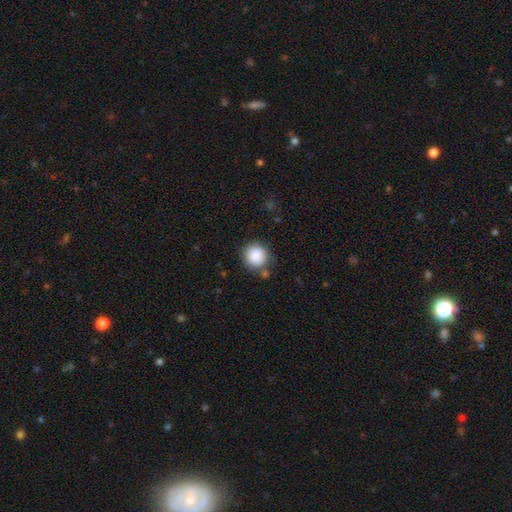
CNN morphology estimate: Smooth or featured: smooth — 88% (star or artifact — 8%)
How rounded: round — 91% (in between — 8%)
Merging: none — 81% (minor disturbance — 11%)